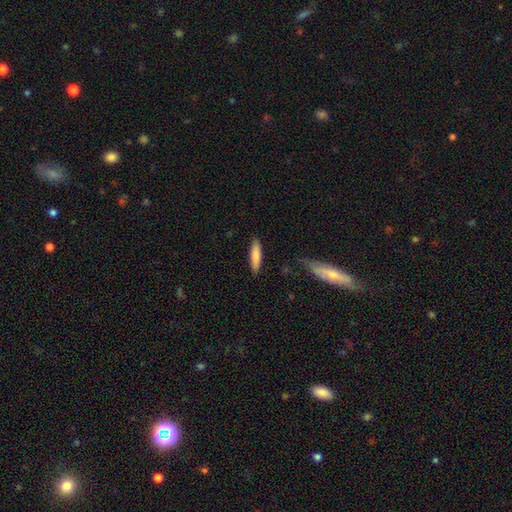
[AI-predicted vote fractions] smooth 80%, featured or disk 14%, star or artifact 6%. Down the decision tree: how rounded — cigar-shaped (75%); merging — none (84%).